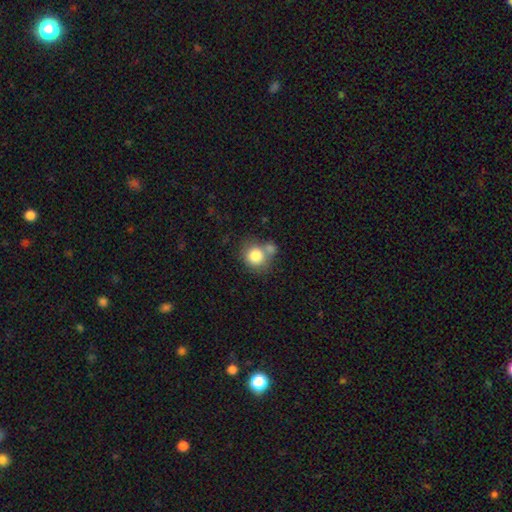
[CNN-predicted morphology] smooth-or-featured: smooth: 81% | featured or disk: 10% | star or artifact: 9%
  how-rounded: round: 83% | in between: 17% | cigar-shaped: 1%
  merging: none: 50% | merger: 33% | minor disturbance: 13% | major disturbance: 5%